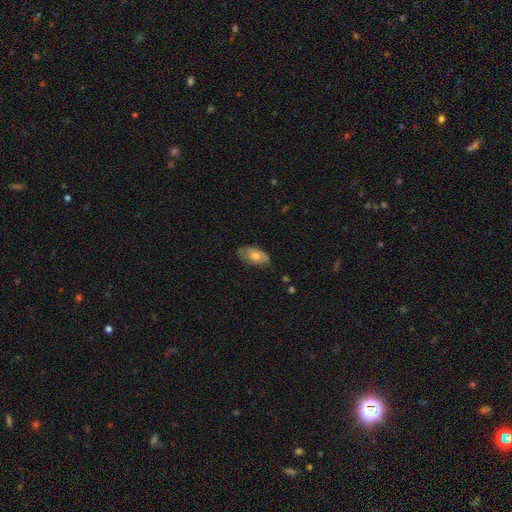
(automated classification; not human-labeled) Smooth or featured: smooth — 66% (featured or disk — 27%)
How rounded: in between — 89% (cigar-shaped — 7%)
Merging: none — 72% (minor disturbance — 22%)